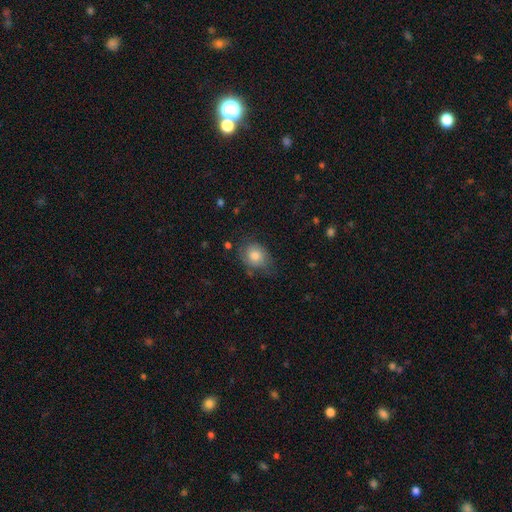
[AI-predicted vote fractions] Q: Smooth or featured?
A: smooth (71%); runner-up: featured or disk (20%)
Q: How rounded?
A: round (50%); runner-up: in between (49%)
Q: Merging?
A: none (60%); runner-up: minor disturbance (29%)